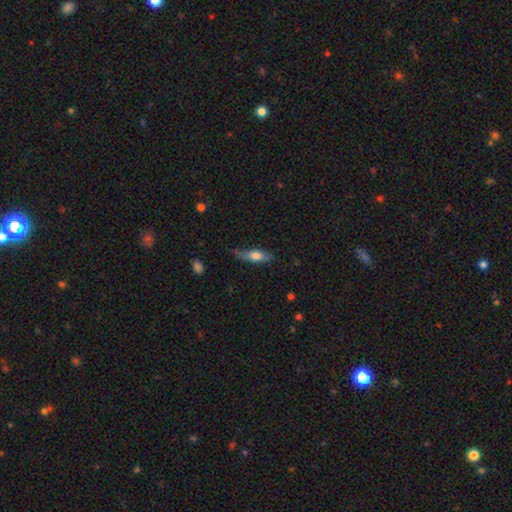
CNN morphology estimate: Smooth or featured?
  - smooth: 61% *
  - featured or disk: 32%
  - star or artifact: 7%
How rounded?
  - cigar-shaped: 52% *
  - in between: 45%
  - round: 3%
Merging?
  - none: 57% *
  - minor disturbance: 31%
  - major disturbance: 9%
  - merger: 3%